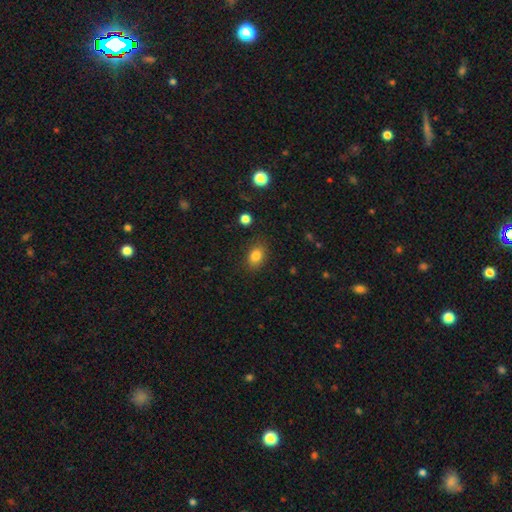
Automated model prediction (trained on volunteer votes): Smooth or featured? smooth (83%)
How rounded? in between (78%)
Merging? none (84%)